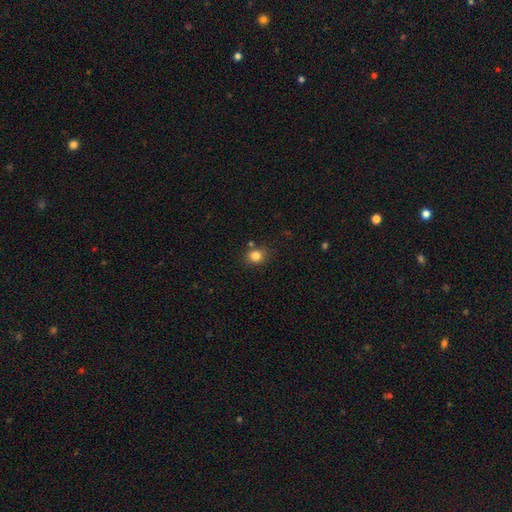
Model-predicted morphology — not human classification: Smooth or featured? smooth (83%)
How rounded? round (71%)
Merging? none (78%)